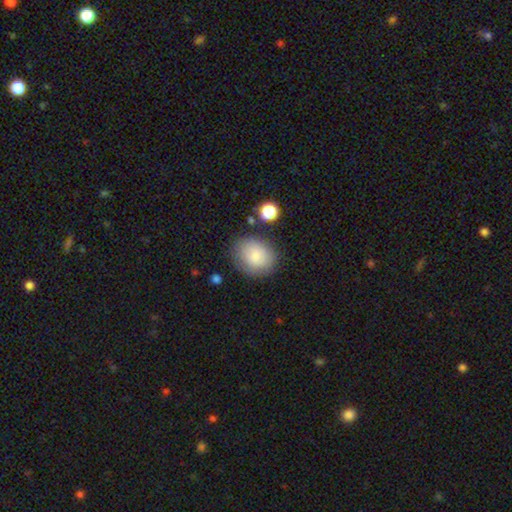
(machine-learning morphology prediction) Smooth or featured? smooth (83%)
How rounded? round (52%)
Merging? none (75%)